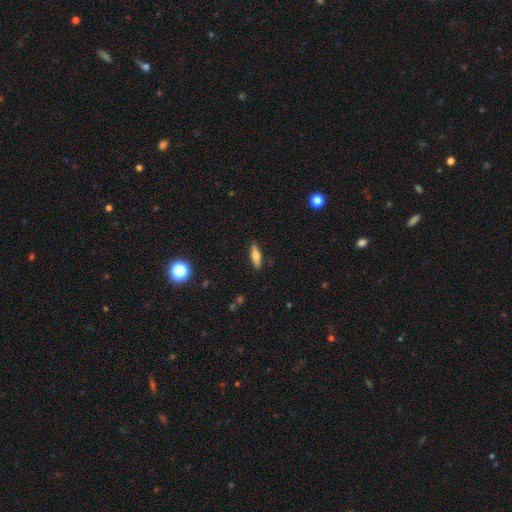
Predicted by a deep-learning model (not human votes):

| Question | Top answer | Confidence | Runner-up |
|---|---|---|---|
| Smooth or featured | smooth | 67% | featured or disk (25%) |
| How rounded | cigar-shaped | 51% | in between (47%) |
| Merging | none | 89% | minor disturbance (8%) |